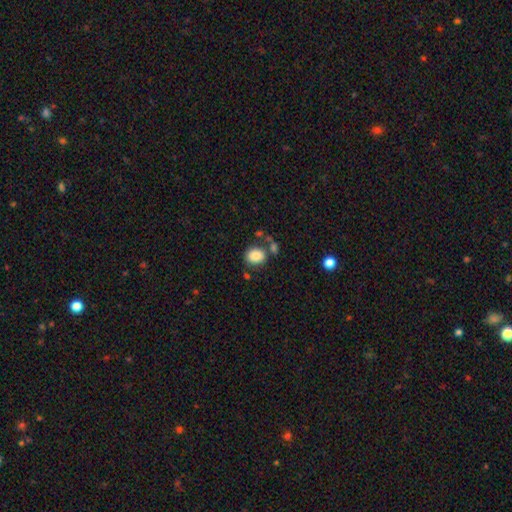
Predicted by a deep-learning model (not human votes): Smooth or featured? smooth (85%)
How rounded? round (50%)
Merging? none (68%)